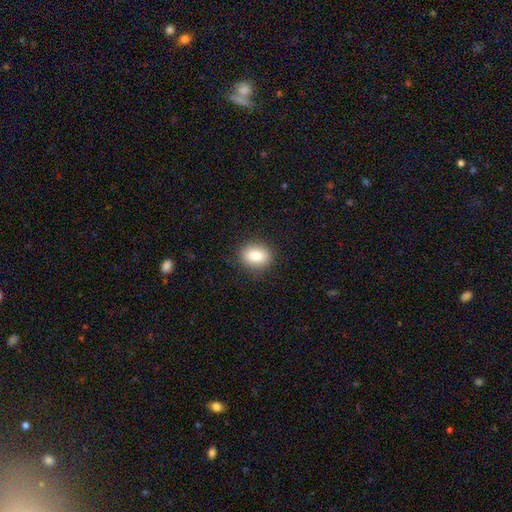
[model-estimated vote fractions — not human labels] Q: Smooth or featured?
A: smooth (85%); runner-up: star or artifact (8%)
Q: How rounded?
A: in between (53%); runner-up: round (45%)
Q: Merging?
A: none (87%); runner-up: minor disturbance (9%)